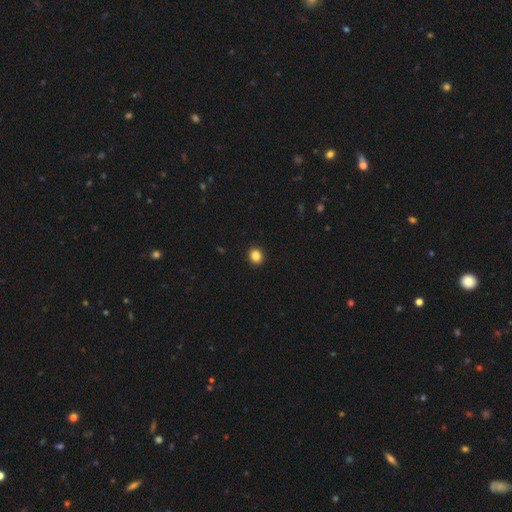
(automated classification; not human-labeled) This is clearly a smooth galaxy (86%). How rounded: likely round (75%). Merging: clearly none (92%).